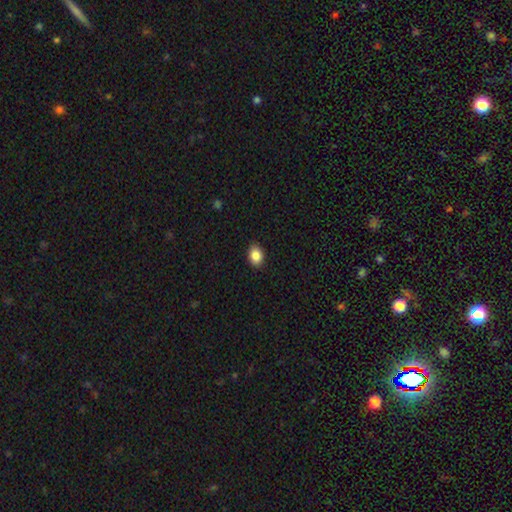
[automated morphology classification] A smooth galaxy with no disk features (87%) that is in between round and cigar-shaped (72%).

Vote fractions:
- Smooth or featured? smooth: 87% / star or artifact: 9% / featured or disk: 4%
- How rounded? in between: 72% / round: 27% / cigar-shaped: 1%
- Merging? none: 89% / minor disturbance: 8% / major disturbance: 2% / merger: 1%